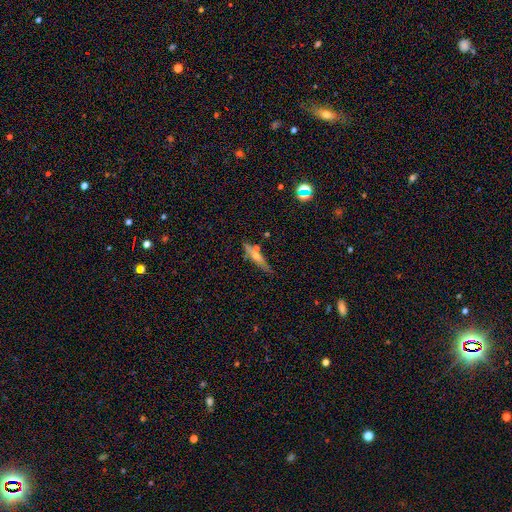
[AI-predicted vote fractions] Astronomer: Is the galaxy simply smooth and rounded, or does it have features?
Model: featured or disk — 44%, tied with smooth at 44%.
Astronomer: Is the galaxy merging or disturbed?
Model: none — 76%.